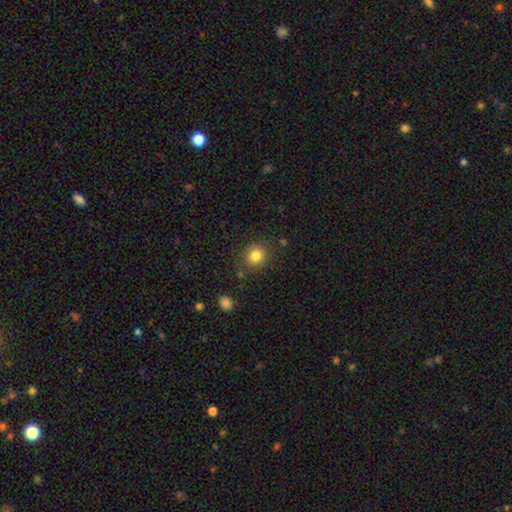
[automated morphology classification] Overall: smooth (82%). How rounded: round (86%). Merging: none (84%).